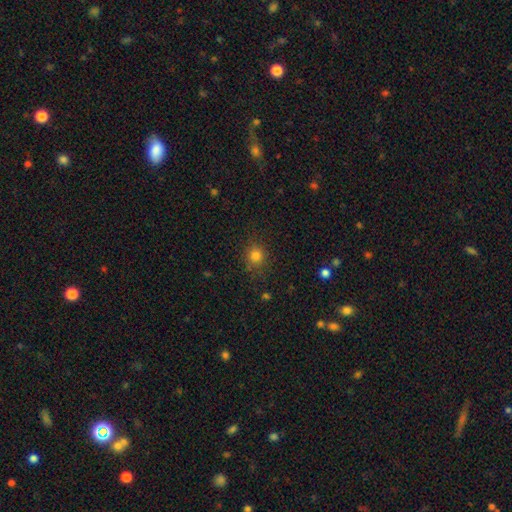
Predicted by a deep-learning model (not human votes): smooth-or-featured: smooth: 80% | star or artifact: 14% | featured or disk: 6%
  how-rounded: round: 85% | in between: 14% | cigar-shaped: 1%
  merging: none: 82% | minor disturbance: 12% | major disturbance: 4% | merger: 2%